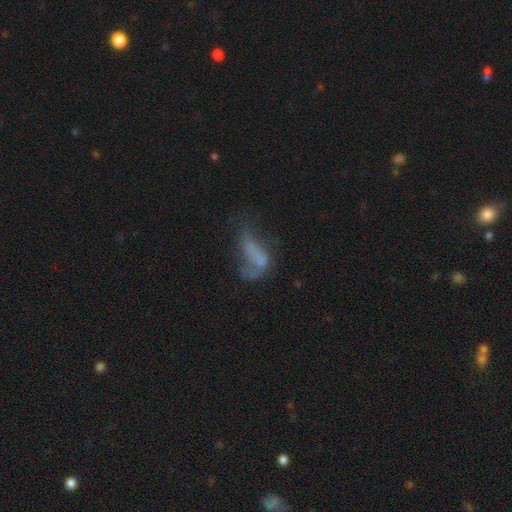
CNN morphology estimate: Smooth or featured? Predicted: smooth (p=0.45). Merging? Predicted: major disturbance (p=0.42).